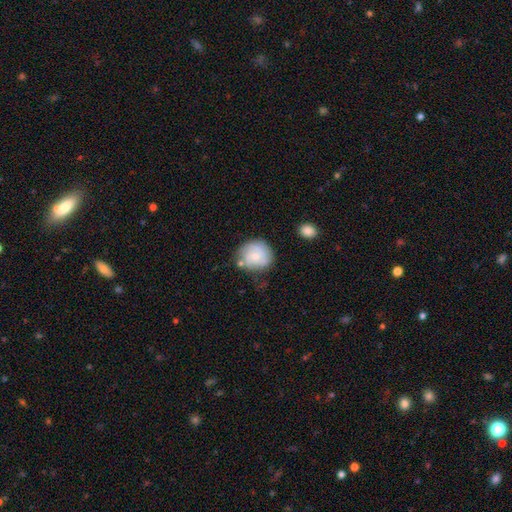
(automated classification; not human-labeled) Smooth or featured? featured or disk (59%)
Edge-on disk? no (98%)
Bar? no (73%)
Spiral arms? yes (87%)
Bulge size? small (61%)
Merging? none (65%)